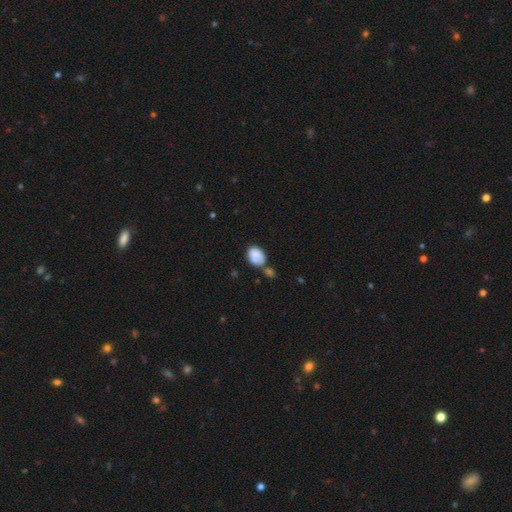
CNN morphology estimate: Smooth or featured? Predicted: smooth (p=0.76). How rounded? Predicted: in between (p=0.78). Merging? Predicted: none (p=0.36).